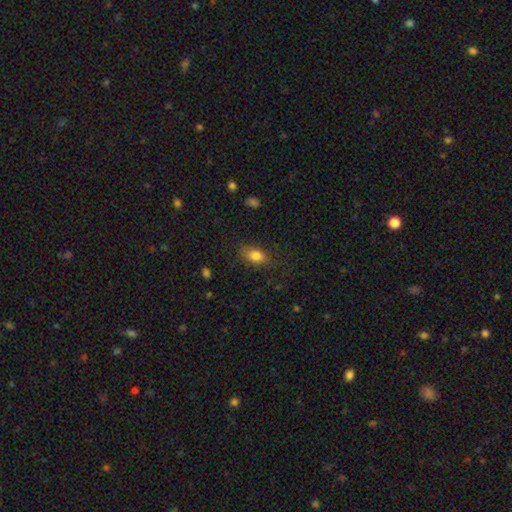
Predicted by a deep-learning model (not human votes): Smooth or featured?
  - smooth: 82% *
  - star or artifact: 9%
  - featured or disk: 9%
How rounded?
  - in between: 82% *
  - round: 14%
  - cigar-shaped: 4%
Merging?
  - none: 76% *
  - minor disturbance: 17%
  - major disturbance: 5%
  - merger: 1%